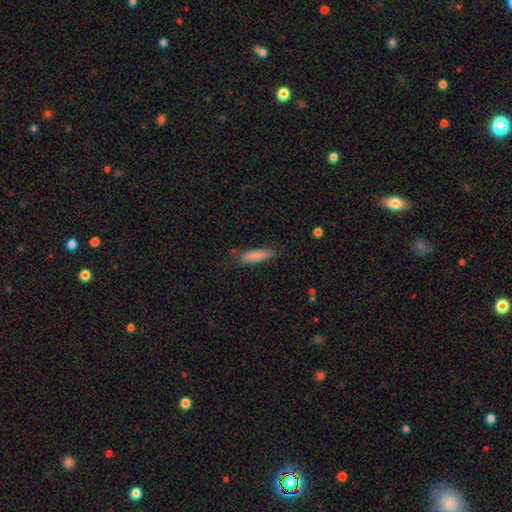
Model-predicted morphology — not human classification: A smooth galaxy with no disk features (84%) that is cigar-shaped (64%).

Vote fractions:
- Smooth or featured? smooth: 84% / featured or disk: 9% / star or artifact: 7%
- How rounded? cigar-shaped: 64% / in between: 35% / round: 2%
- Merging? none: 73% / minor disturbance: 20% / major disturbance: 5% / merger: 2%